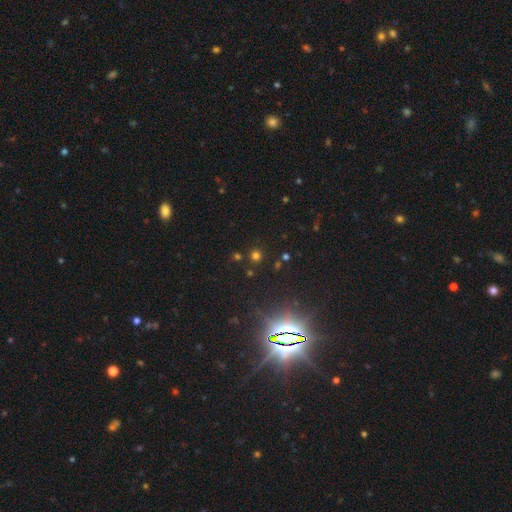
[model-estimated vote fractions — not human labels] smooth-or-featured: smooth: 62% | star or artifact: 32% | featured or disk: 6%
  how-rounded: round: 93% | in between: 6% | cigar-shaped: 1%
  merging: none: 86% | minor disturbance: 6% | merger: 5% | major disturbance: 3%